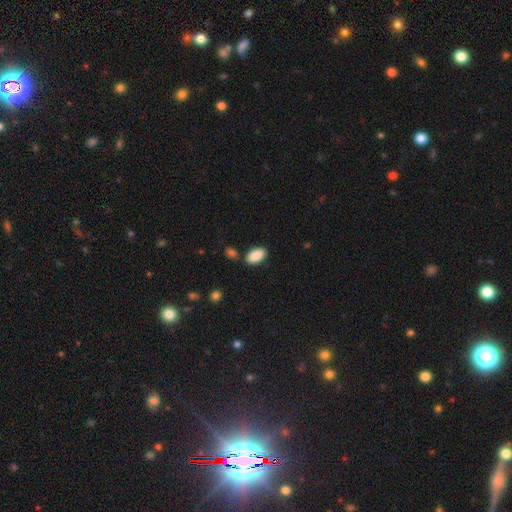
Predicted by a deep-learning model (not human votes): Smooth or featured? Predicted: smooth (p=0.88). How rounded? Predicted: in between (p=0.94). Merging? Predicted: none (p=0.82).